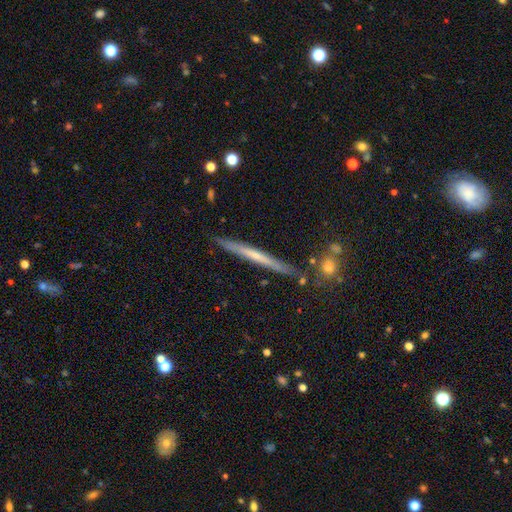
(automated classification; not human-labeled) Smooth or featured? featured or disk (59%)
Edge-on disk? yes (96%)
Edge-on bulge? none (69%)
Merging? none (88%)